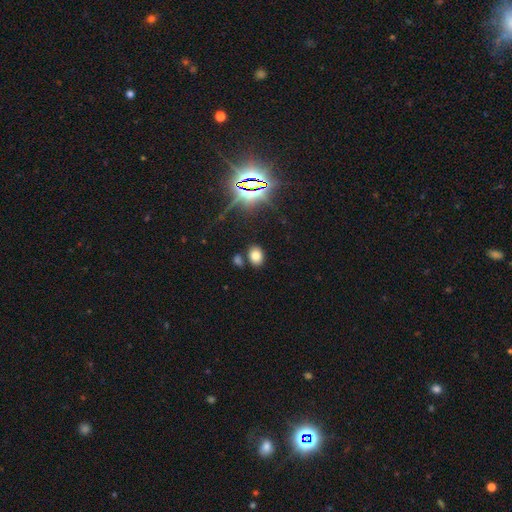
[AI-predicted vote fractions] Smooth or featured? Predicted: smooth (p=0.73). How rounded? Predicted: in between (p=0.69). Merging? Predicted: none (p=0.80).